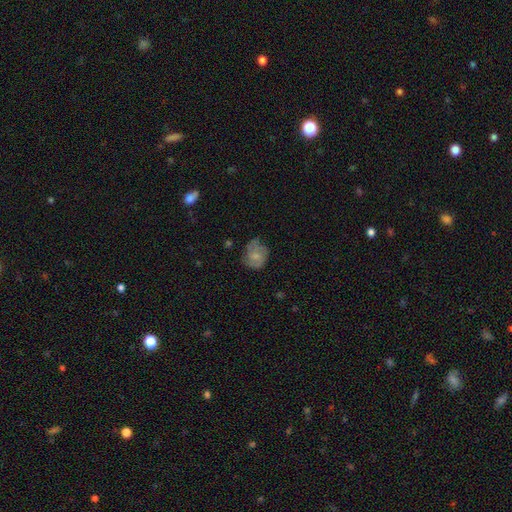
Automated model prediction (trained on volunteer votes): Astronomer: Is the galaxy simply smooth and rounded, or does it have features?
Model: smooth — 57% (runner-up: featured or disk, 35%).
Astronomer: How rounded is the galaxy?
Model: round — 66%.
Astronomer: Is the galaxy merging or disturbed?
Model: none — 56%.